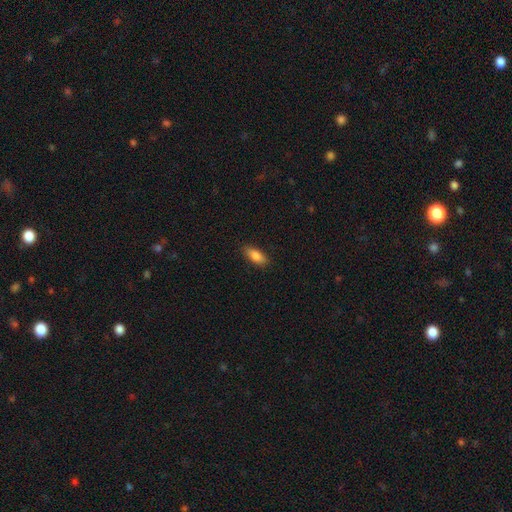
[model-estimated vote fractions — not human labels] Smooth or featured?
  - smooth: 84% *
  - featured or disk: 9%
  - star or artifact: 7%
How rounded?
  - in between: 81% *
  - cigar-shaped: 17%
  - round: 2%
Merging?
  - none: 86% *
  - minor disturbance: 11%
  - major disturbance: 2%
  - merger: 1%